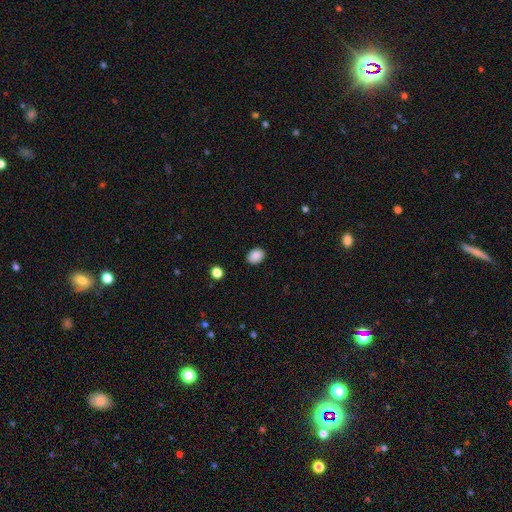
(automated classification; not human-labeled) Q: Smooth or featured?
A: smooth (89%); runner-up: star or artifact (8%)
Q: How rounded?
A: in between (72%); runner-up: round (27%)
Q: Merging?
A: none (88%); runner-up: minor disturbance (8%)